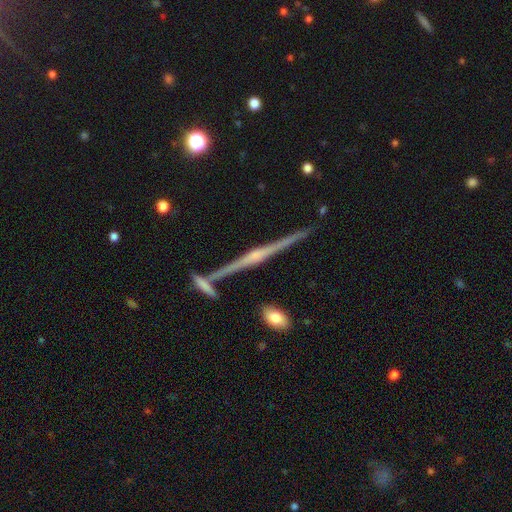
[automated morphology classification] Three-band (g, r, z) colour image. It shows a featured or disk galaxy (84%) viewed edge-on (98%) with a rounded central bulge (67%). Merging: none (85%).